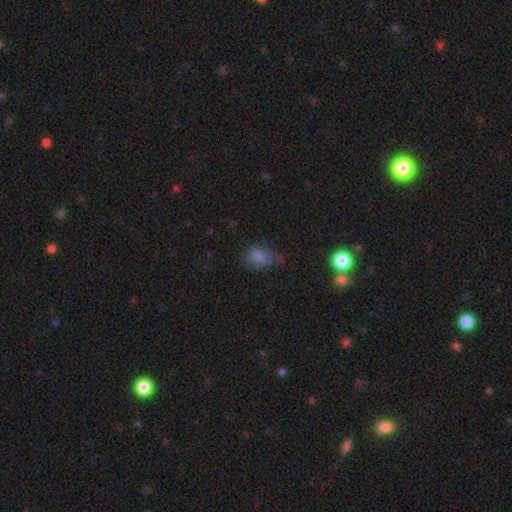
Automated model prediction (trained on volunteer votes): Smooth or featured: smooth — 71% (star or artifact — 17%)
How rounded: in between — 62% (round — 36%)
Merging: none — 51% (minor disturbance — 30%)